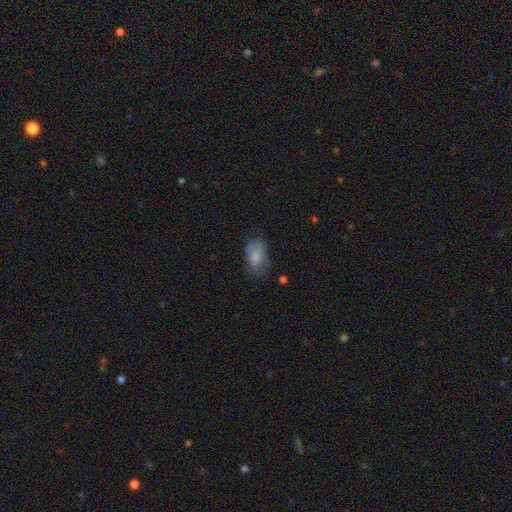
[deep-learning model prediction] This is likely a smooth galaxy (73%). How rounded: clearly in between (88%). Merging: possibly none (53%).